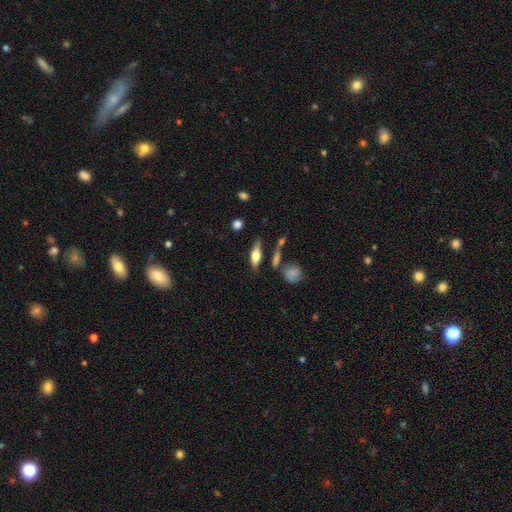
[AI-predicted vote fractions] Q: Smooth or featured?
A: smooth (52%); runner-up: featured or disk (41%)
Q: How rounded?
A: in between (57%); runner-up: cigar-shaped (39%)
Q: Merging?
A: none (75%); runner-up: minor disturbance (14%)